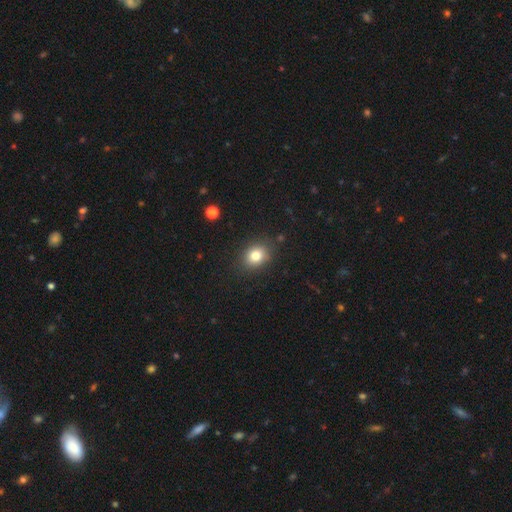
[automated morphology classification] smooth-or-featured: smooth: 81% | star or artifact: 11% | featured or disk: 8%
  how-rounded: round: 52% | in between: 47% | cigar-shaped: 1%
  merging: none: 85% | minor disturbance: 10% | major disturbance: 3% | merger: 2%